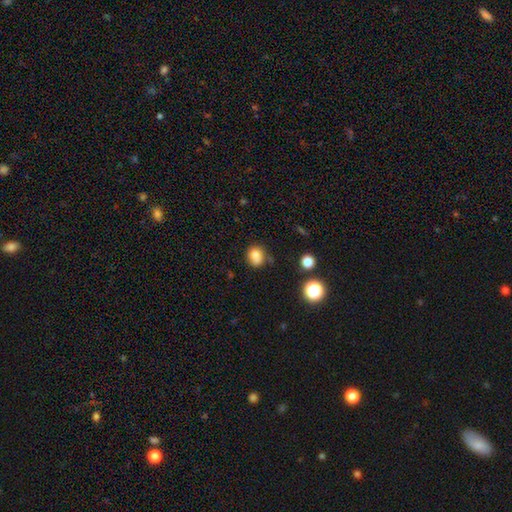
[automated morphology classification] Smooth or featured: smooth — 79% (star or artifact — 13%)
How rounded: round — 62% (in between — 37%)
Merging: none — 60% (minor disturbance — 22%)